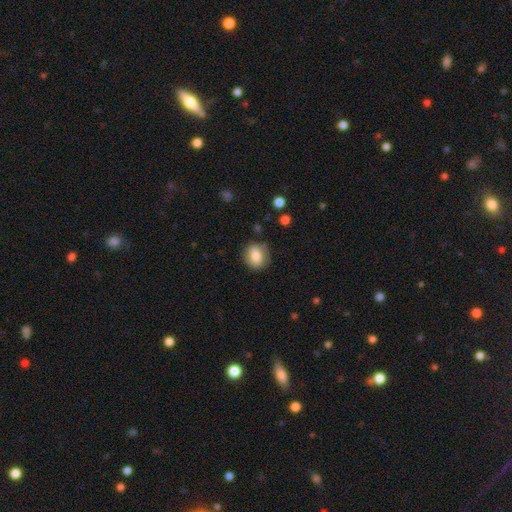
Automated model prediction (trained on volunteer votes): Q: Smooth or featured?
A: smooth (82%); runner-up: featured or disk (10%)
Q: How rounded?
A: round (65%); runner-up: in between (34%)
Q: Merging?
A: none (82%); runner-up: minor disturbance (13%)